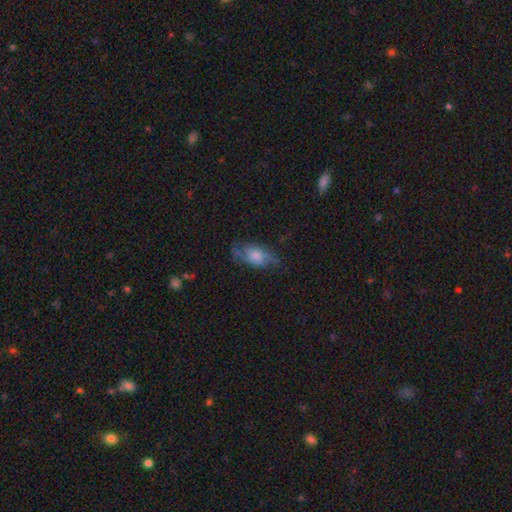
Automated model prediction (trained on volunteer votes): Smooth or featured: smooth — 47% (featured or disk — 44%)
Merging: none — 59% (minor disturbance — 26%)